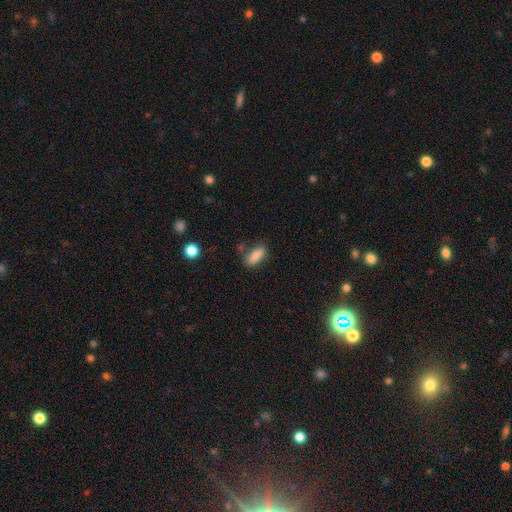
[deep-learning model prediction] Q: Smooth or featured?
A: smooth (85%); runner-up: star or artifact (8%)
Q: How rounded?
A: in between (81%); runner-up: cigar-shaped (15%)
Q: Merging?
A: none (74%); runner-up: minor disturbance (16%)